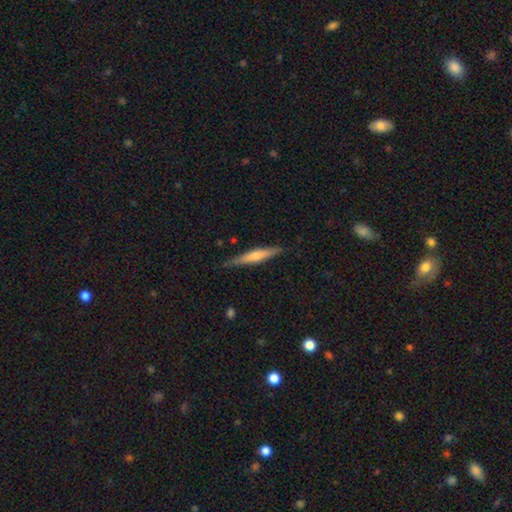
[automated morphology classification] A featured or disk galaxy (51%) viewed edge-on (96%).

Vote fractions:
- Smooth or featured? featured or disk: 51% / smooth: 43% / star or artifact: 6%
- Edge-on disk? yes: 96% / no: 4%
- Merging? none: 86% / minor disturbance: 11% / major disturbance: 2% / merger: 1%